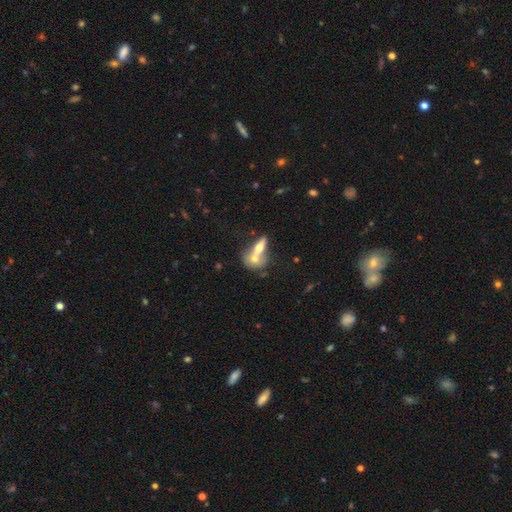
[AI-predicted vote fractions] Smooth or featured? Predicted: smooth (p=0.58). How rounded? Predicted: in between (p=0.58). Merging? Predicted: merger (p=0.65).